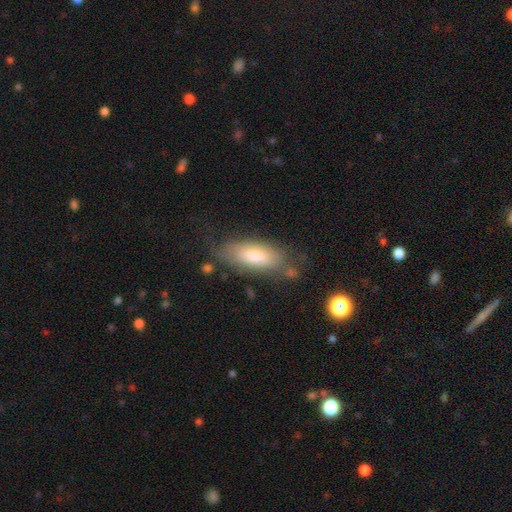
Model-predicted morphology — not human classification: type=smooth (70%); roundness=in between (76%); merging=none (65%).